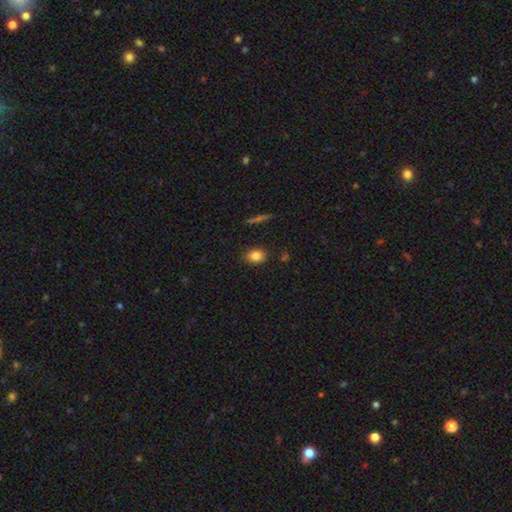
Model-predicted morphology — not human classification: smooth-or-featured: smooth: 84% | star or artifact: 9% | featured or disk: 7%
  how-rounded: in between: 68% | round: 30% | cigar-shaped: 2%
  merging: none: 86% | minor disturbance: 10% | major disturbance: 2% | merger: 2%